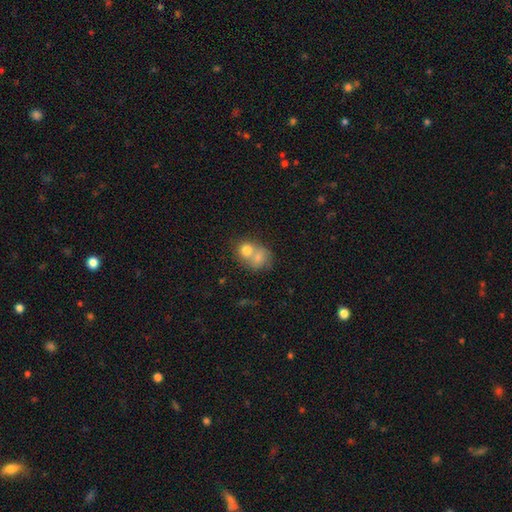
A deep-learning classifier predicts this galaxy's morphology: smooth-or-featured: smooth: 72% | featured or disk: 18% | star or artifact: 10%
  how-rounded: round: 67% | in between: 32% | cigar-shaped: 1%
  merging: merger: 66% | none: 25% | minor disturbance: 6% | major disturbance: 3%